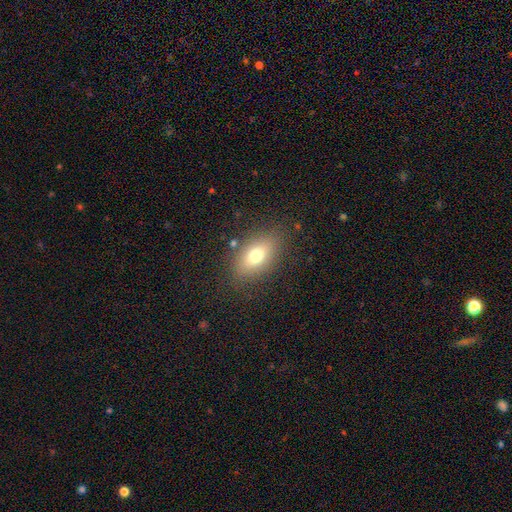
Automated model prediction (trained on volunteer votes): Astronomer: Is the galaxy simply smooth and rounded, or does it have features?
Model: smooth — 72%.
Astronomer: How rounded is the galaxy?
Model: in between — 84%.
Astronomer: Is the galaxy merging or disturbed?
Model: none — 82%.